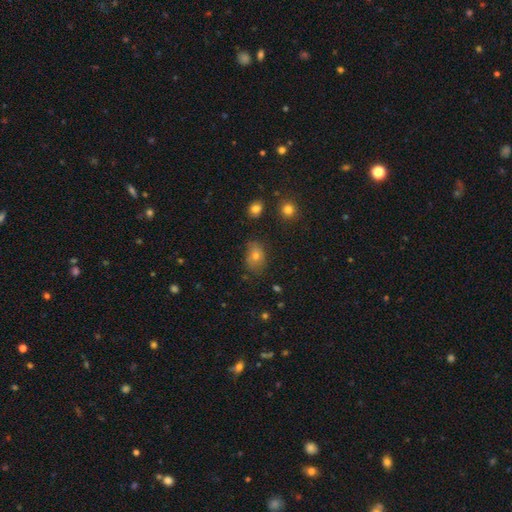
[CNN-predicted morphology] This appears to be a smooth galaxy with no disk features (64%) that is in between round and cigar-shaped (68%). Merging: none (65%).